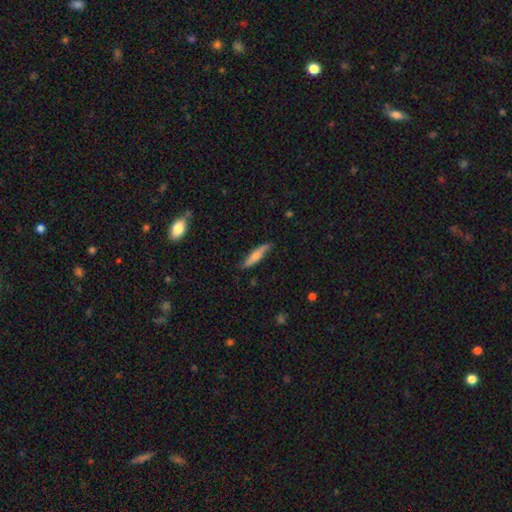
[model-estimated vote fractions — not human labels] Smooth or featured: smooth — 48% (featured or disk — 45%)
Merging: none — 82% (minor disturbance — 14%)